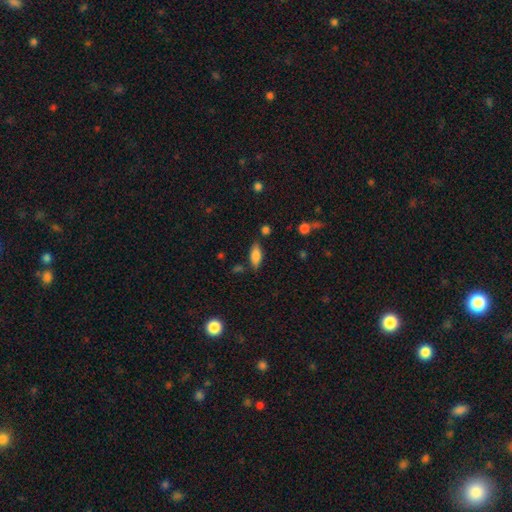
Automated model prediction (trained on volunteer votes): This is likely a smooth galaxy (78%). How rounded: likely in between (78%). Merging: likely none (78%).